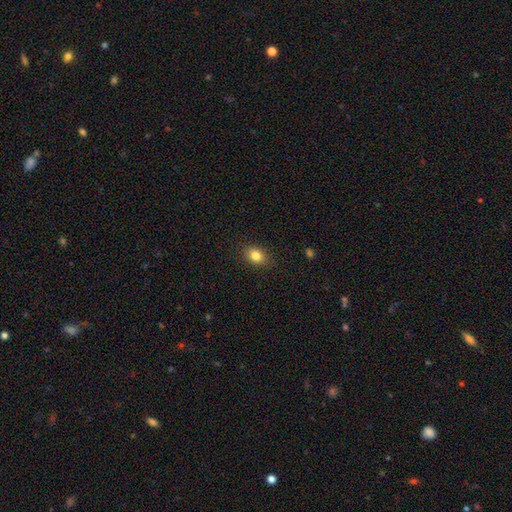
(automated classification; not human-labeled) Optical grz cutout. It shows a smooth galaxy with no disk features (83%) that is in between round and cigar-shaped (65%). Merging: none (87%).